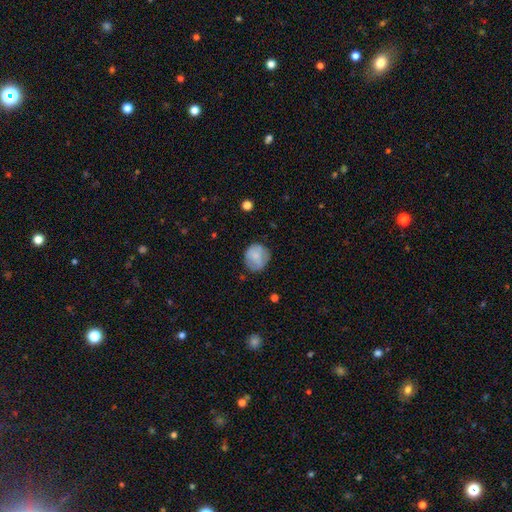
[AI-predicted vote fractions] A smooth galaxy with no disk features (74%) that is round (79%).

Vote fractions:
- Smooth or featured? smooth: 74% / featured or disk: 18% / star or artifact: 8%
- How rounded? round: 79% / in between: 20% / cigar-shaped: 1%
- Merging? none: 72% / minor disturbance: 20% / major disturbance: 6% / merger: 1%